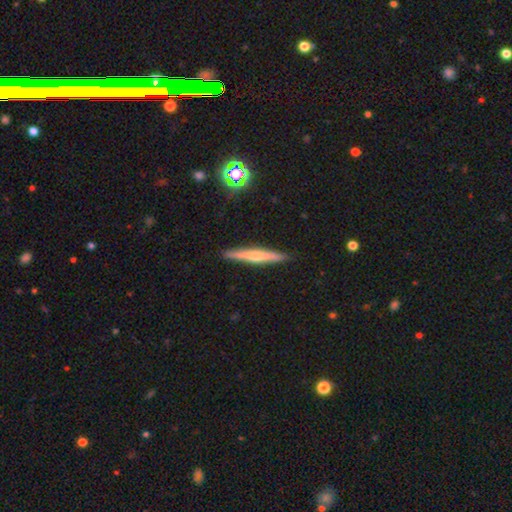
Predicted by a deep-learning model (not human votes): This is possibly a smooth galaxy (47%). Merging: clearly none (90%).